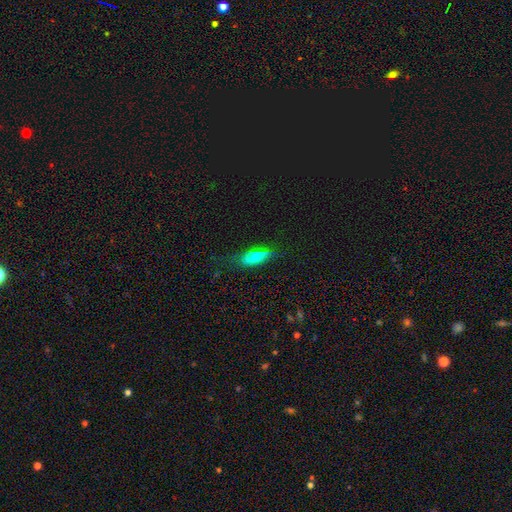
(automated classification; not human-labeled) Smooth or featured? smooth (70%)
How rounded? in between (76%)
Merging? none (60%)